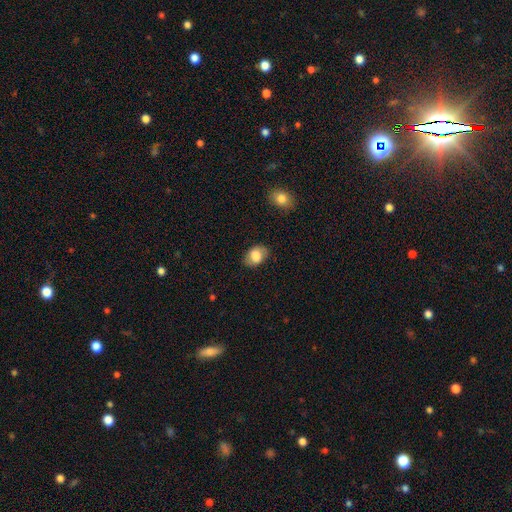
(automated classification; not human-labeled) Smooth or featured? smooth (76%)
How rounded? in between (76%)
Merging? none (77%)